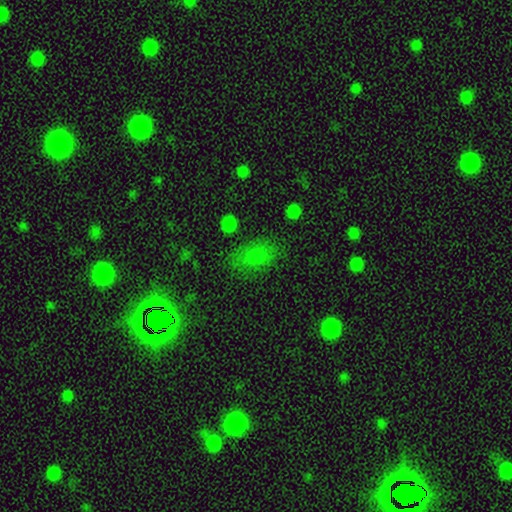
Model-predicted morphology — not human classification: This is likely a smooth galaxy (70%). How rounded: clearly in between (87%). Merging: likely none (73%).